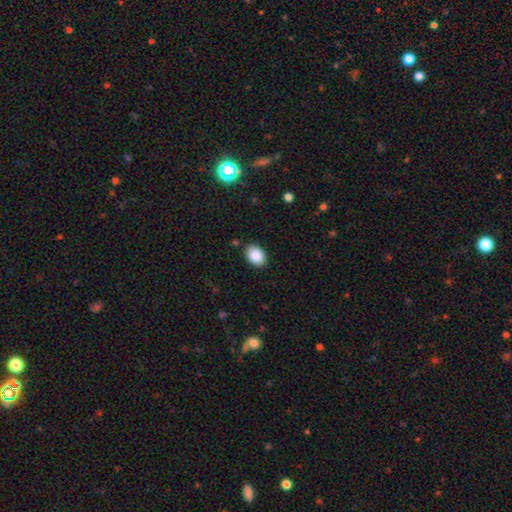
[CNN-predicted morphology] Q: Smooth or featured?
A: smooth (89%); runner-up: star or artifact (8%)
Q: How rounded?
A: in between (75%); runner-up: round (24%)
Q: Merging?
A: none (87%); runner-up: minor disturbance (9%)